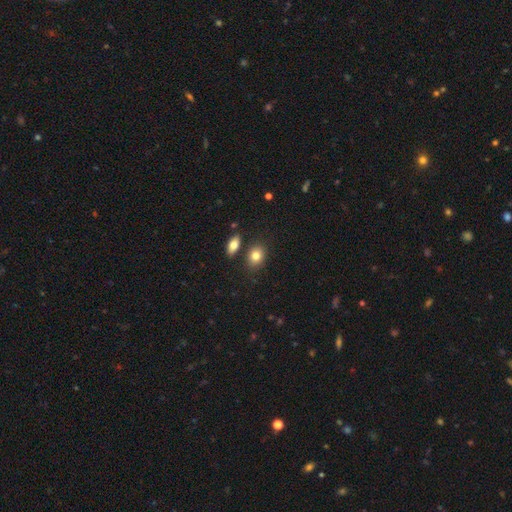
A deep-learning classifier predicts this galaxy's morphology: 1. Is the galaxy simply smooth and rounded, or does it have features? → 81% smooth, 10% featured or disk, 9% star or artifact.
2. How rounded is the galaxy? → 69% in between, 29% round, 2% cigar-shaped.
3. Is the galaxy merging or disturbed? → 75% none, 11% merger, 11% minor disturbance, 3% major disturbance.